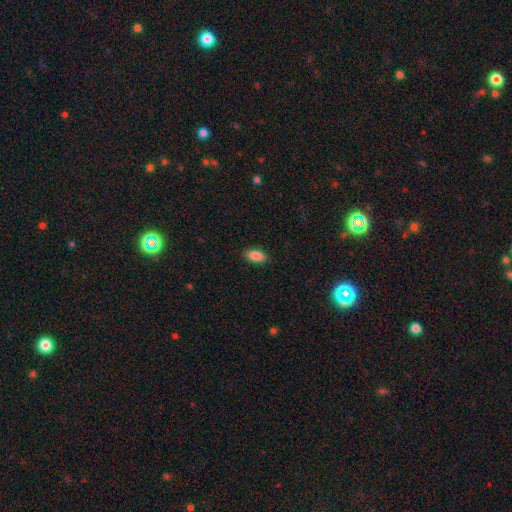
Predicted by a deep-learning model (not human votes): Smooth or featured? smooth (88%)
How rounded? in between (92%)
Merging? none (88%)